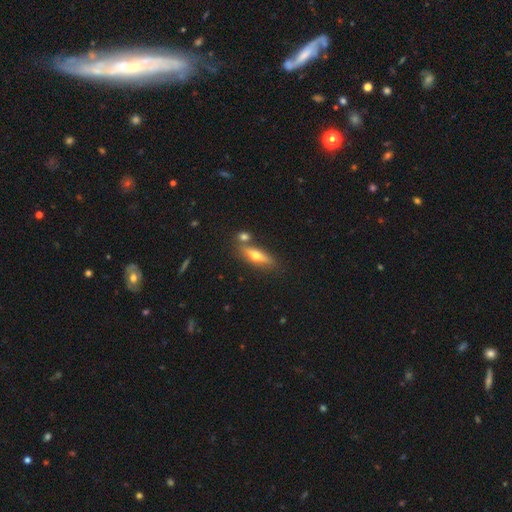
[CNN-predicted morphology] Smooth or featured? smooth (47%)
Merging? none (69%)